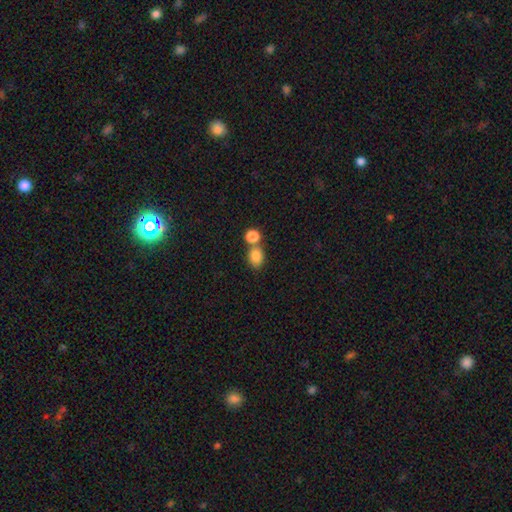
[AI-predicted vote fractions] This is clearly a smooth galaxy (84%). How rounded: possibly in between (55%). Merging: possibly none (48%).